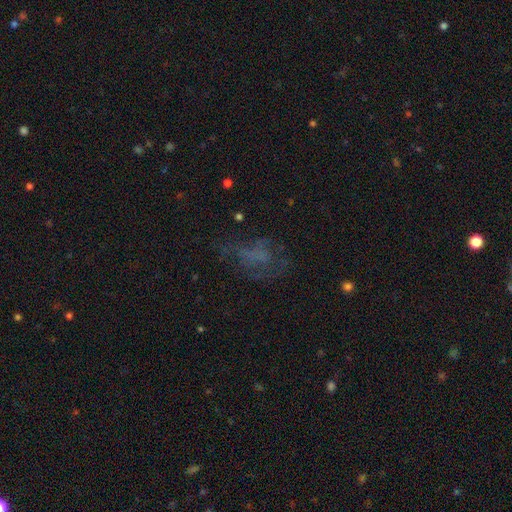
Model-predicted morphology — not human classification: A featured or disk galaxy (39%).

Vote fractions:
- Smooth or featured? featured or disk: 39% / smooth: 35% / star or artifact: 26%
- Merging? none: 44% / major disturbance: 35% / minor disturbance: 19% / merger: 3%